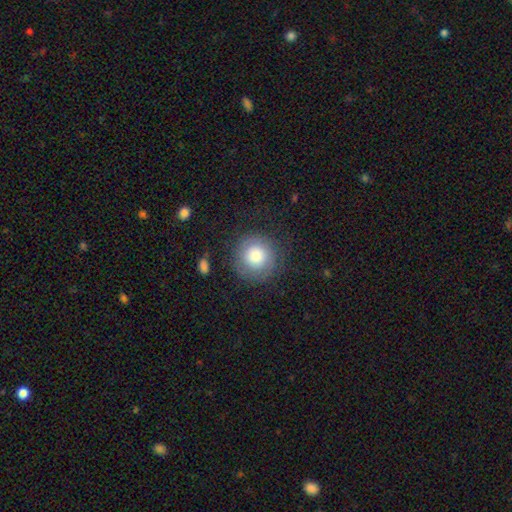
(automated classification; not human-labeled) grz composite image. It shows a smooth galaxy with no disk features (72%) that is round (94%). Merging: none (77%).